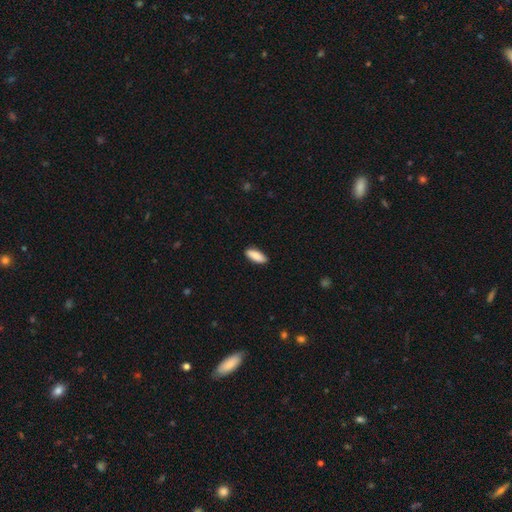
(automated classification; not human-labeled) Overall: smooth (88%). How rounded: in between (74%). Merging: none (87%).